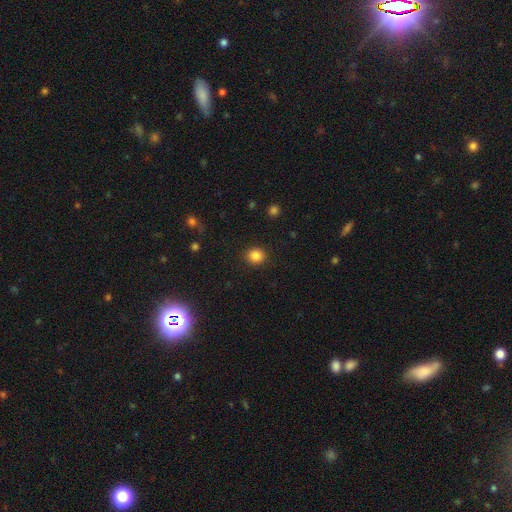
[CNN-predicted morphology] Smooth or featured: smooth — 85% (star or artifact — 11%)
How rounded: round — 82% (in between — 17%)
Merging: none — 91% (minor disturbance — 6%)